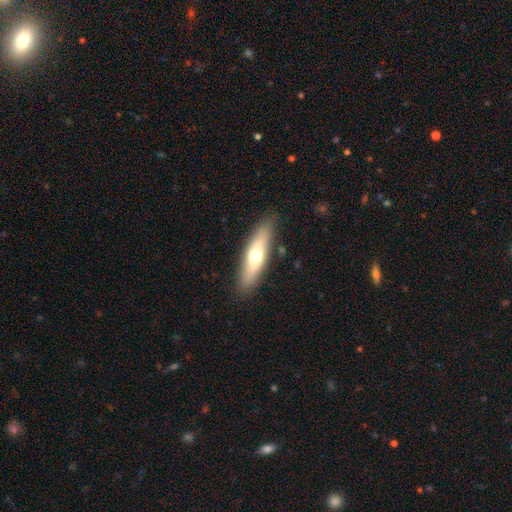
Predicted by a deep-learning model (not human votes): Smooth or featured: smooth — 59% (featured or disk — 35%)
How rounded: cigar-shaped — 64% (in between — 34%)
Merging: none — 87% (minor disturbance — 10%)